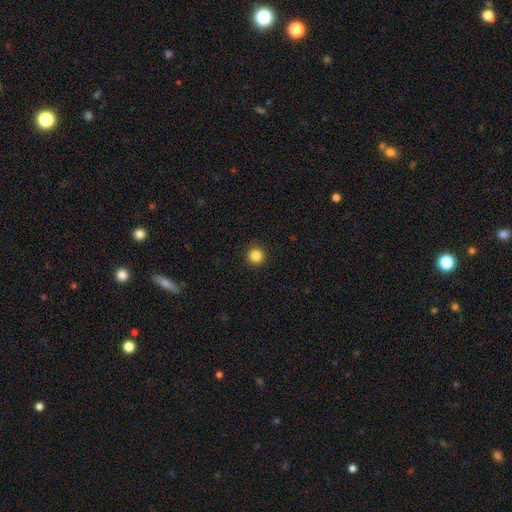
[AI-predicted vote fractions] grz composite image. It shows a smooth galaxy with no disk features (86%) that is round (95%). Merging: none (93%).